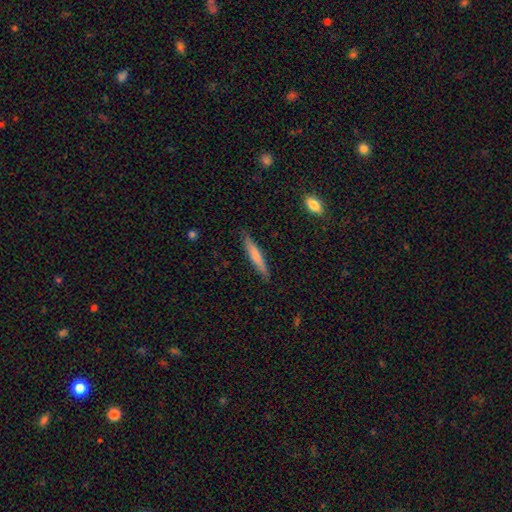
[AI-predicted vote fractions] Morphology: type=smooth (65%); roundness=cigar-shaped (92%); merging=none (88%).